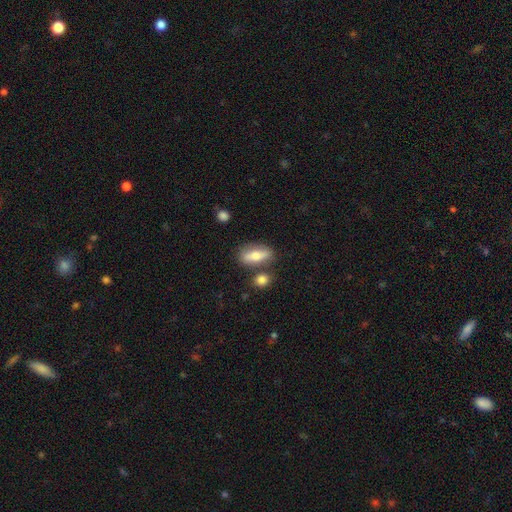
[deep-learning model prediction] Smooth or featured? Predicted: smooth (p=0.66). How rounded? Predicted: in between (p=0.71). Merging? Predicted: none (p=0.71).